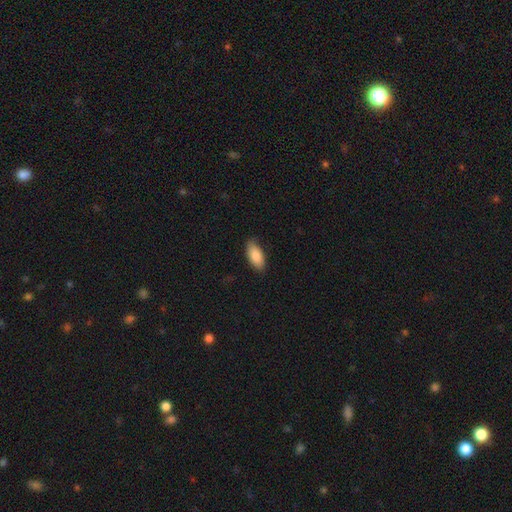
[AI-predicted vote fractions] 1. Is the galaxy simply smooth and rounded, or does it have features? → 87% smooth, 7% featured or disk, 6% star or artifact.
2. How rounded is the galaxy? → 89% in between, 9% cigar-shaped, 2% round.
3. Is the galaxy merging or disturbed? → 83% none, 14% minor disturbance, 2% major disturbance, 1% merger.